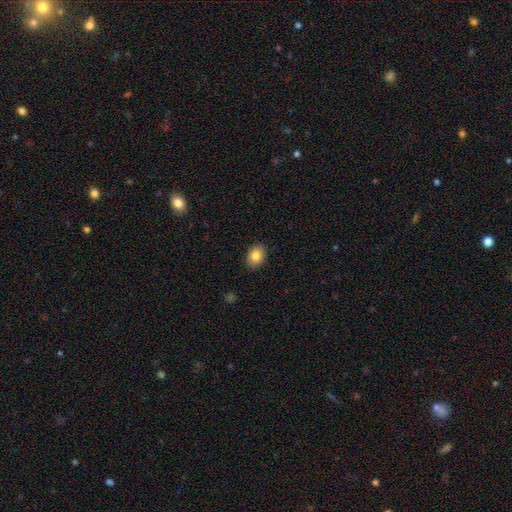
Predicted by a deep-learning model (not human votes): A smooth galaxy with no disk features (84%) that is in between round and cigar-shaped (70%).

Vote fractions:
- Smooth or featured? smooth: 84% / star or artifact: 8% / featured or disk: 8%
- How rounded? in between: 70% / round: 29% / cigar-shaped: 1%
- Merging? none: 89% / minor disturbance: 8% / major disturbance: 2% / merger: 1%